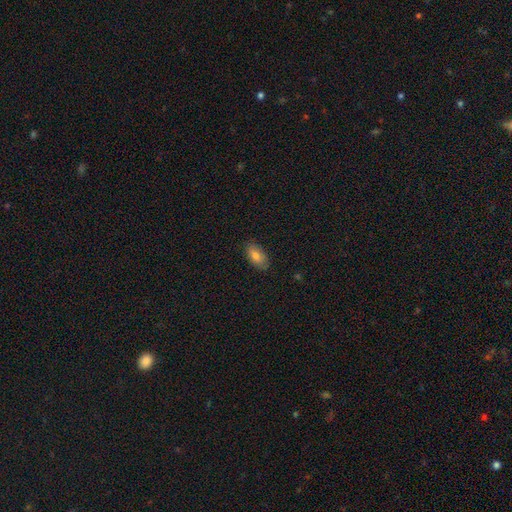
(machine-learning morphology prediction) A smooth galaxy with no disk features (78%) that is in between round and cigar-shaped (92%).

Vote fractions:
- Smooth or featured? smooth: 78% / featured or disk: 14% / star or artifact: 8%
- How rounded? in between: 92% / cigar-shaped: 4% / round: 4%
- Merging? none: 85% / minor disturbance: 12% / major disturbance: 2% / merger: 1%